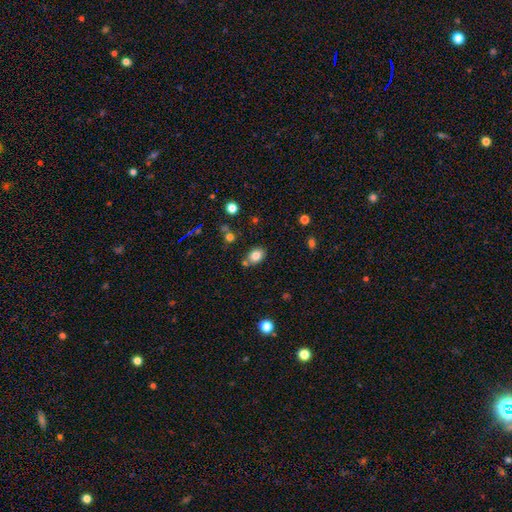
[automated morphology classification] Overall: smooth (81%). How rounded: in between (71%). Merging: none (72%).